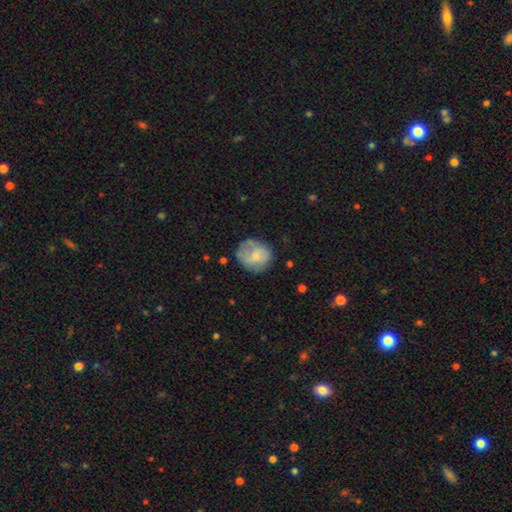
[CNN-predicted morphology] A smooth galaxy with no disk features (63%) that is round (80%).

Vote fractions:
- Smooth or featured? smooth: 63% / featured or disk: 30% / star or artifact: 7%
- How rounded? round: 80% / in between: 19% / cigar-shaped: 1%
- Merging? none: 61% / minor disturbance: 25% / major disturbance: 11% / merger: 2%